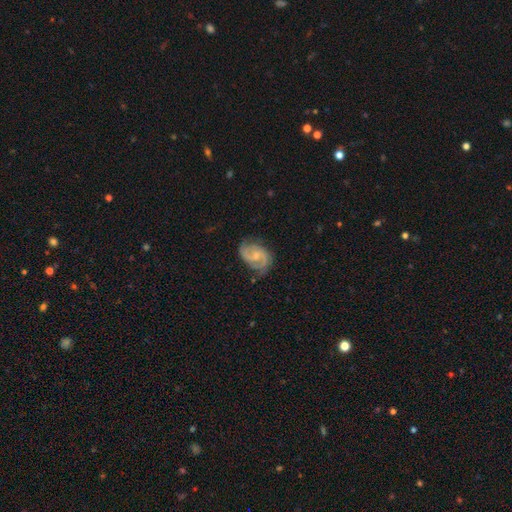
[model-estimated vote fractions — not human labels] featured or disk 87%, smooth 8%, star or artifact 5%. Down the decision tree: edge-on disk — no (98%); bar — no (49%); spiral arms — yes (97%); spiral arm count — 2 (86%); spiral winding — medium (52%); bulge size — small (56%); merging — none (71%).